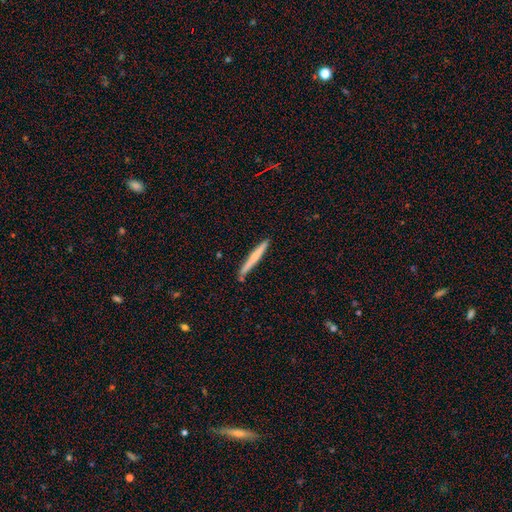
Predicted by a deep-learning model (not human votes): A smooth galaxy with no disk features (57%) that is cigar-shaped (97%). Merging: none (88%).